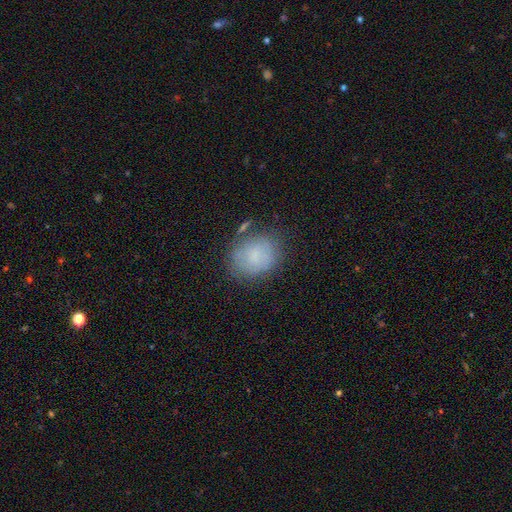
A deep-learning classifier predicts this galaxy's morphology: Smooth or featured: smooth — 70% (featured or disk — 20%)
How rounded: round — 56% (in between — 43%)
Merging: none — 66% (minor disturbance — 21%)